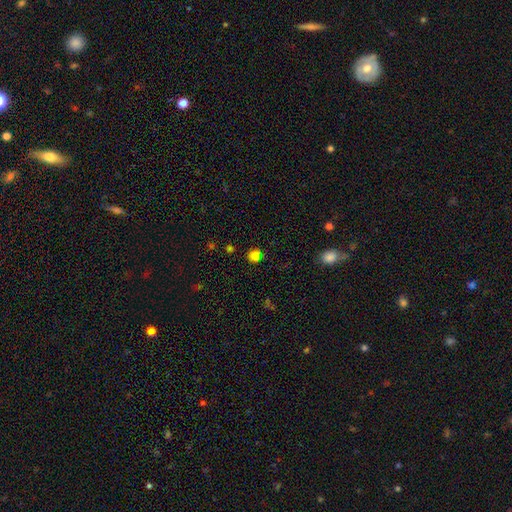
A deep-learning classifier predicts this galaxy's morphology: type=smooth (75%); roundness=round (85%); merging=none (83%).